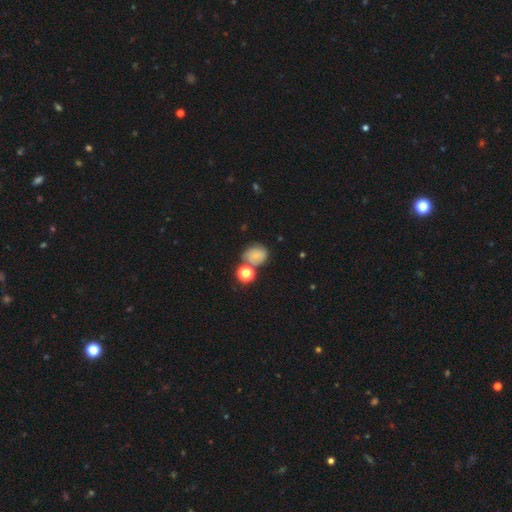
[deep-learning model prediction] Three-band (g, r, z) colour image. It shows a smooth galaxy with no disk features (66%) that is round (64%). Merging: none (56%).